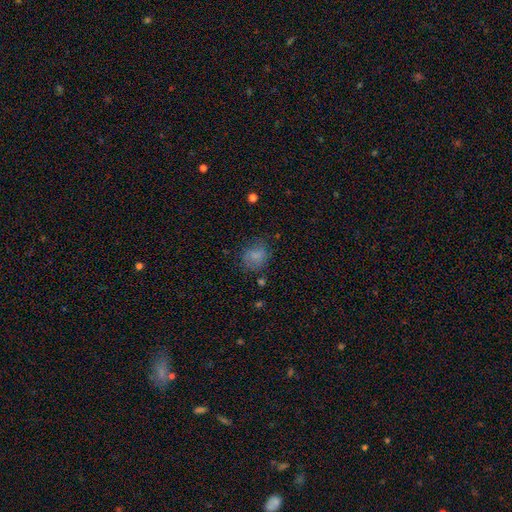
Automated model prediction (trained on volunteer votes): A smooth galaxy with no disk features (74%) that is round (60%). Merging: none (65%).